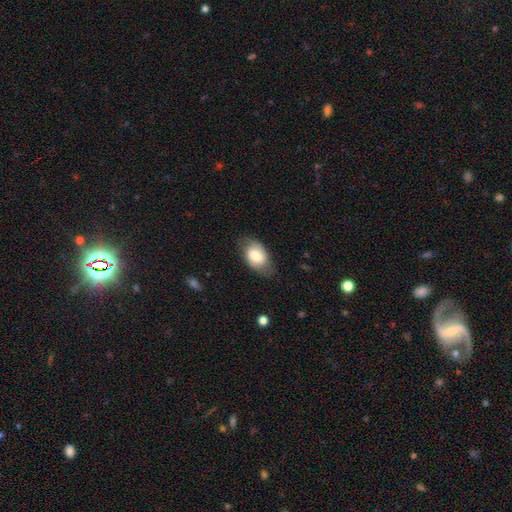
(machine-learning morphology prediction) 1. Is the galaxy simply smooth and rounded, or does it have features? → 69% smooth, 25% featured or disk, 7% star or artifact.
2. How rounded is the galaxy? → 88% in between, 11% round, 1% cigar-shaped.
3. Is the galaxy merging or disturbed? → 69% none, 23% minor disturbance, 7% major disturbance, 1% merger.